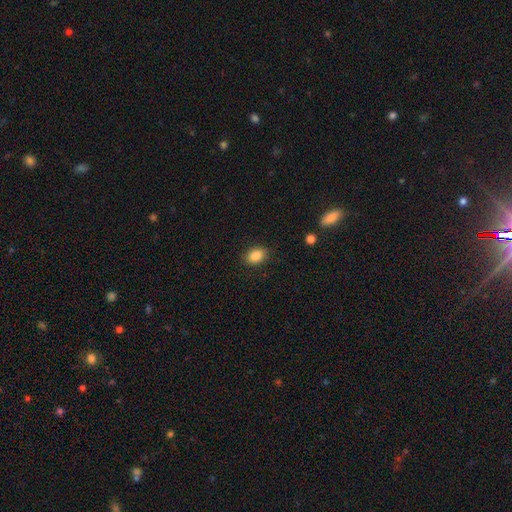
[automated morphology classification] smooth 86%, star or artifact 9%, featured or disk 5%. Down the decision tree: how rounded — in between (77%); merging — none (86%).